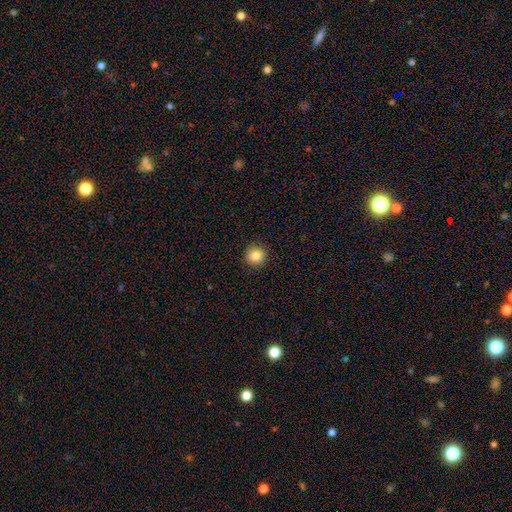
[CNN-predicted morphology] The model was most divided on "smooth or featured": smooth: 85%, star or artifact: 10%, featured or disk: 5%. More confident: how rounded — round (92%); merging — none (91%).